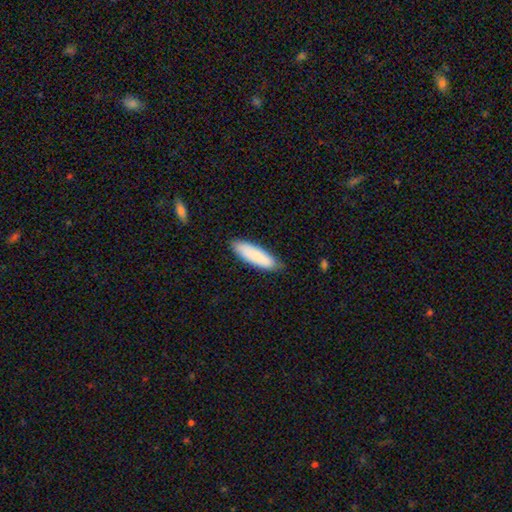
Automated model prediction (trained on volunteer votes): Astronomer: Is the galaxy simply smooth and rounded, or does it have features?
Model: smooth — 85%.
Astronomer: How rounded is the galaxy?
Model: cigar-shaped — 56% (runner-up: in between, 43%).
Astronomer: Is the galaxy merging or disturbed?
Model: none — 82%.